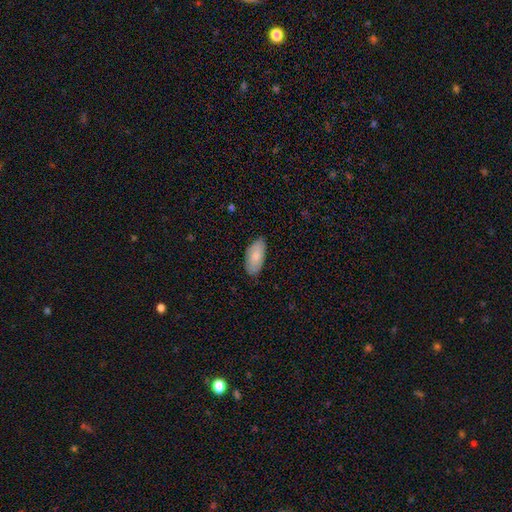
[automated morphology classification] Overall: smooth (80%). How rounded: in between (93%). Merging: none (82%).